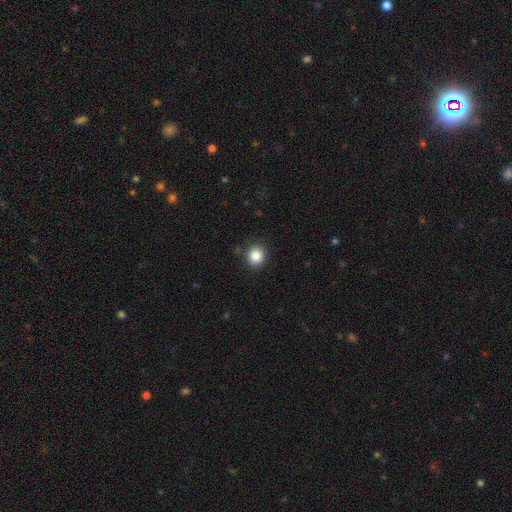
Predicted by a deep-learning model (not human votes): This appears to be a smooth galaxy with no disk features (85%) that is round (84%). Merging: none (89%).